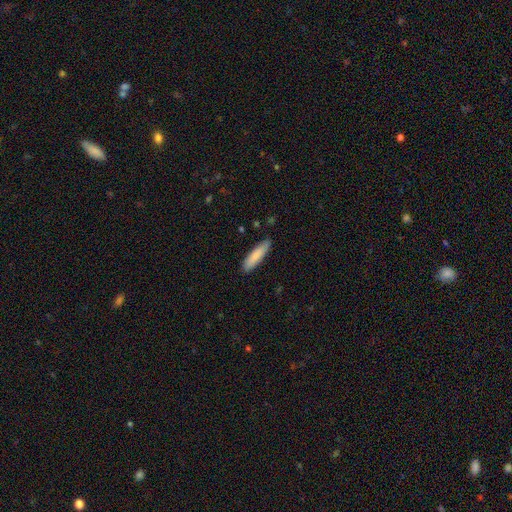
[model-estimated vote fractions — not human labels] The model was most divided on "how rounded": cigar-shaped: 70%, in between: 29%, round: 1%. More confident: merging — none (86%); smooth or featured — smooth (85%).